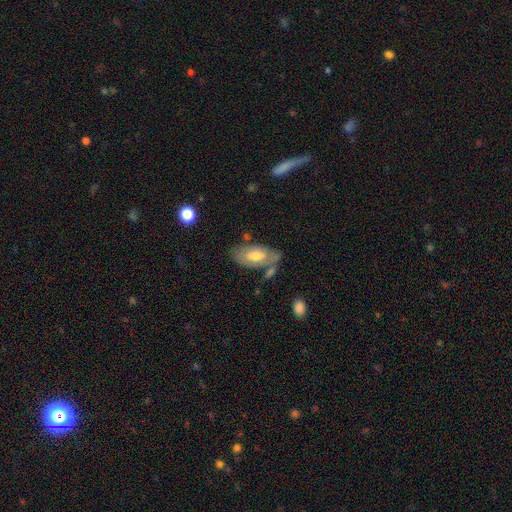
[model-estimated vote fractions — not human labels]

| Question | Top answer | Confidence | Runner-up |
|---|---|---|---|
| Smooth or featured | smooth | 60% | featured or disk (34%) |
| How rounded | in between | 91% | cigar-shaped (6%) |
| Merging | none | 59% | minor disturbance (22%) |